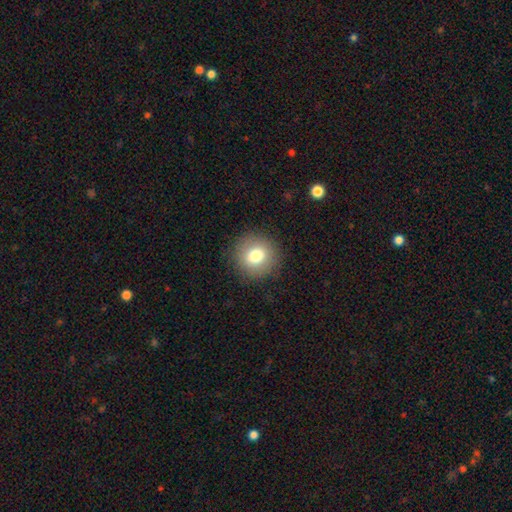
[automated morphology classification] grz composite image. It shows a smooth galaxy with no disk features (78%) that is round (91%). Merging: none (89%).